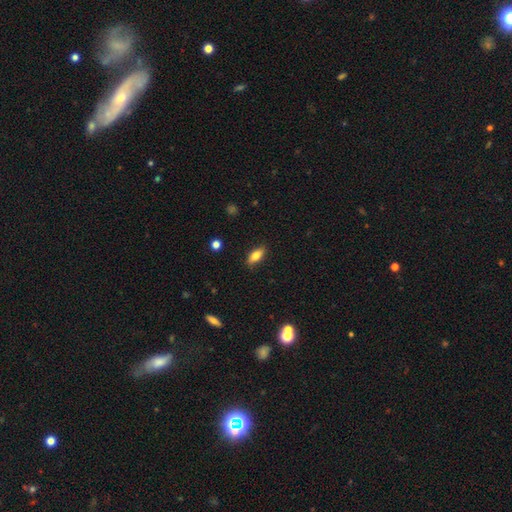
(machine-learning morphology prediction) Smooth or featured? smooth (80%)
How rounded? in between (84%)
Merging? none (86%)